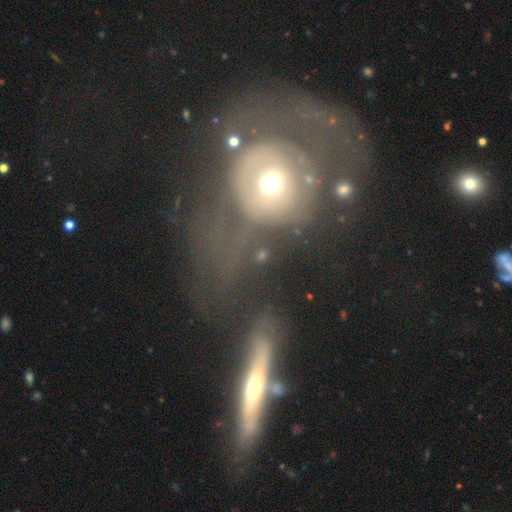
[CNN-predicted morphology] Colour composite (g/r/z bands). It shows a featured or disk galaxy (47%). Merging: major disturbance (32%).